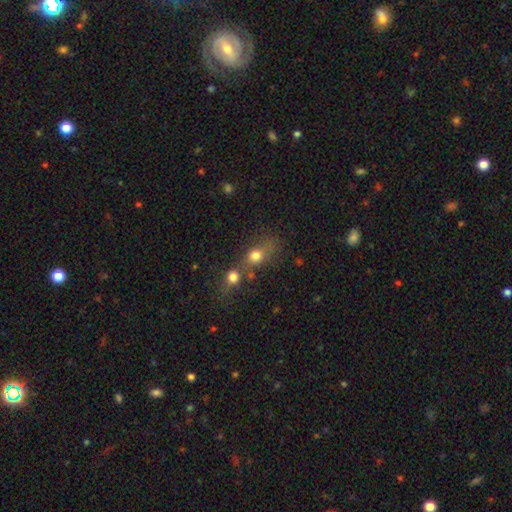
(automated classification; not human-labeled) Q: Smooth or featured?
A: smooth (73%); runner-up: star or artifact (15%)
Q: How rounded?
A: round (62%); runner-up: in between (34%)
Q: Merging?
A: merger (48%); runner-up: none (33%)